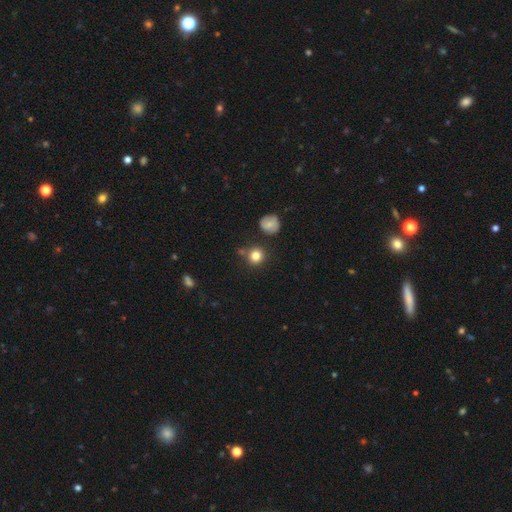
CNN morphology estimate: Overall: smooth (81%). How rounded: round (91%). Merging: none (79%).